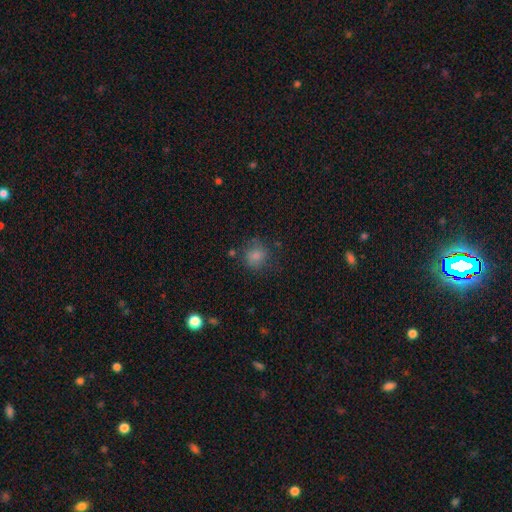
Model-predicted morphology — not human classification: Smooth or featured?
  - smooth: 81% *
  - star or artifact: 12%
  - featured or disk: 8%
How rounded?
  - round: 82% *
  - in between: 17%
  - cigar-shaped: 1%
Merging?
  - none: 71% *
  - minor disturbance: 18%
  - major disturbance: 8%
  - merger: 4%